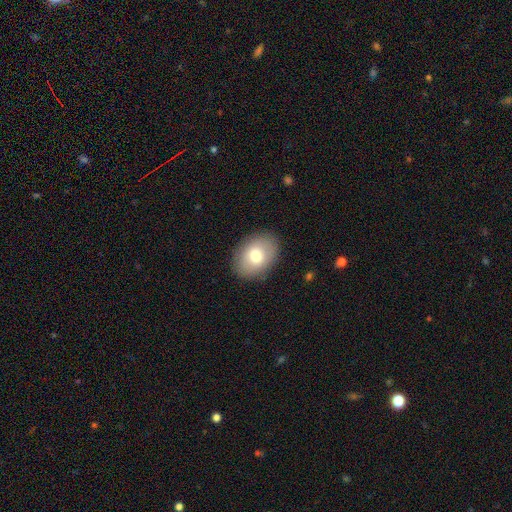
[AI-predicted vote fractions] The model was most divided on "how rounded": in between: 74%, round: 25%, cigar-shaped: 1%. More confident: merging — none (87%); smooth or featured — smooth (75%).